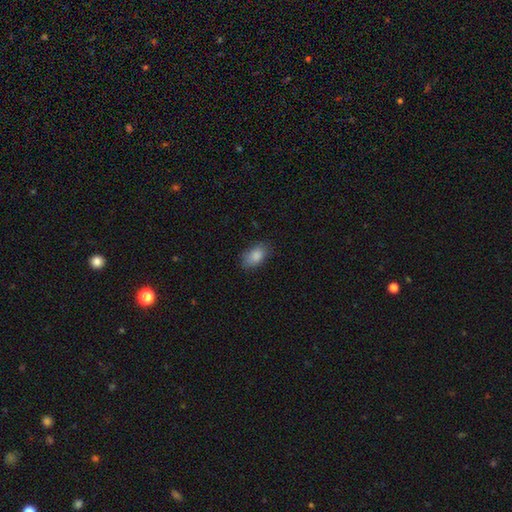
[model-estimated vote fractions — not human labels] Q: Smooth or featured?
A: smooth (87%); runner-up: star or artifact (8%)
Q: How rounded?
A: in between (89%); runner-up: round (9%)
Q: Merging?
A: none (76%); runner-up: minor disturbance (19%)